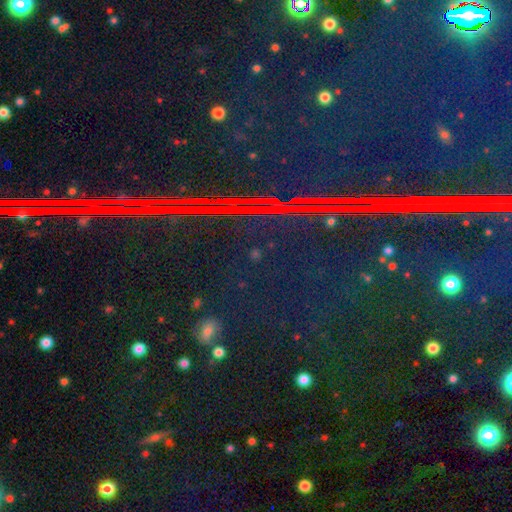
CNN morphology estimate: A star or artifact, not a galaxy (85%).

Vote fractions:
- Smooth or featured? star or artifact: 85% / smooth: 8% / featured or disk: 7%